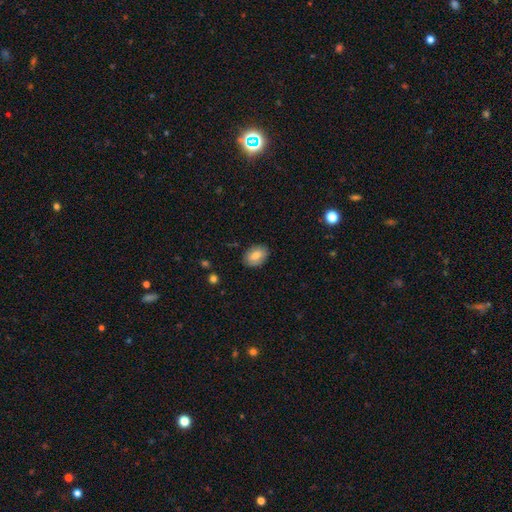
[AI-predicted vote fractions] Smooth or featured: smooth — 80% (featured or disk — 12%)
How rounded: in between — 80% (round — 19%)
Merging: none — 85% (minor disturbance — 11%)